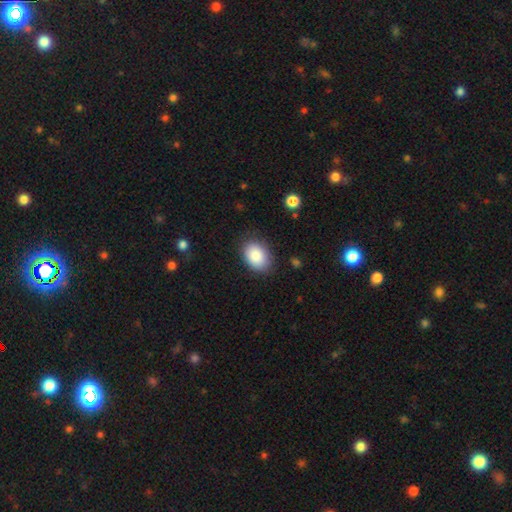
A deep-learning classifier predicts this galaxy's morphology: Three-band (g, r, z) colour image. It shows a smooth galaxy with no disk features (88%) that is in between round and cigar-shaped (80%). Merging: none (81%).